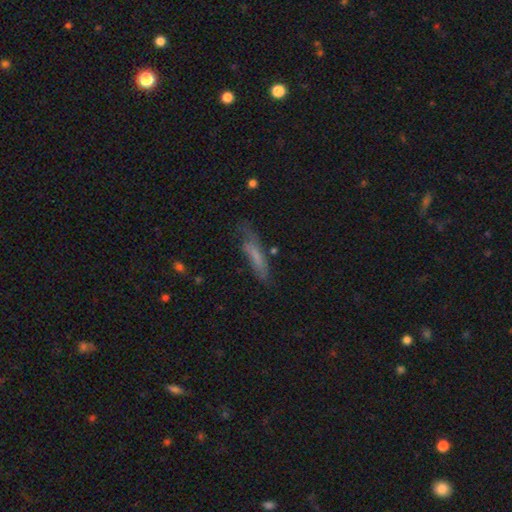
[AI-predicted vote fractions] Smooth or featured? smooth (59%)
How rounded? cigar-shaped (80%)
Merging? none (57%)